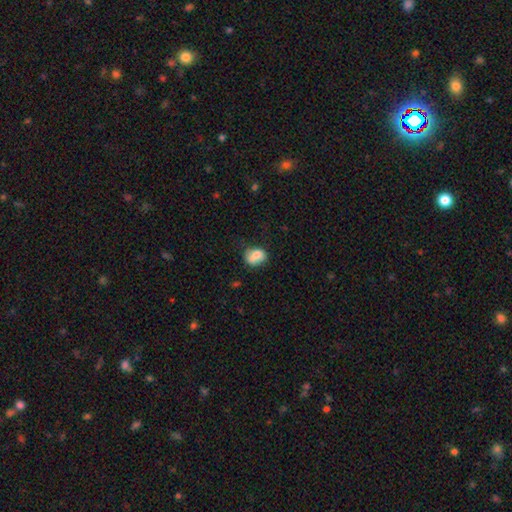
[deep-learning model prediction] This appears to be a smooth galaxy with no disk features (76%) that is in between round and cigar-shaped (56%). Merging: none (45%).